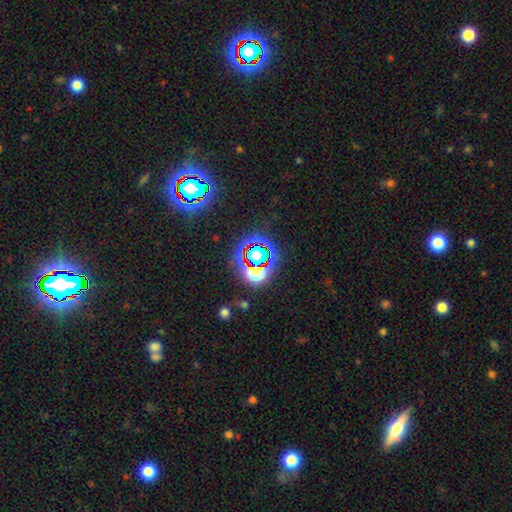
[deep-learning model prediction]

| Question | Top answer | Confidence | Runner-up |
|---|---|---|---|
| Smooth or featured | star or artifact | 64% | smooth (24%) |